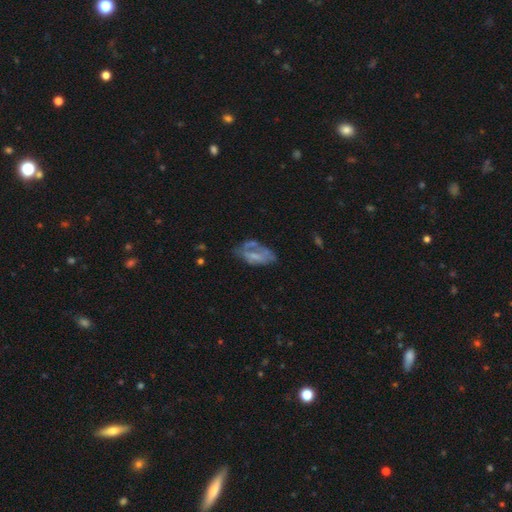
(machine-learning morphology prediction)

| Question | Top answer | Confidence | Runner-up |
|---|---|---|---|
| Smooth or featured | featured or disk | 52% | smooth (39%) |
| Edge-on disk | no | 93% | yes (7%) |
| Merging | none | 40% | major disturbance (27%) |